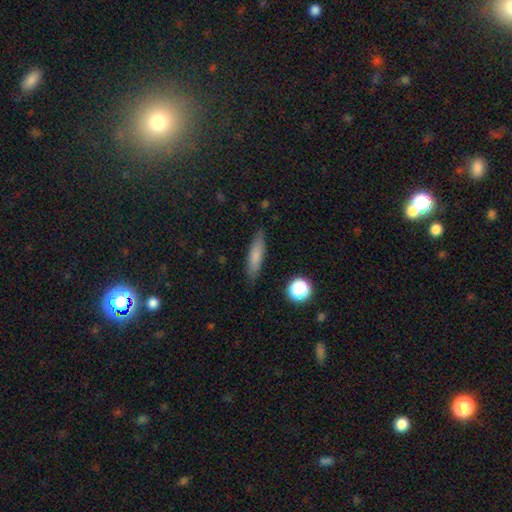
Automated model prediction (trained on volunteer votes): Q: Smooth or featured?
A: smooth (75%); runner-up: featured or disk (16%)
Q: How rounded?
A: cigar-shaped (75%); runner-up: in between (22%)
Q: Merging?
A: none (85%); runner-up: minor disturbance (11%)